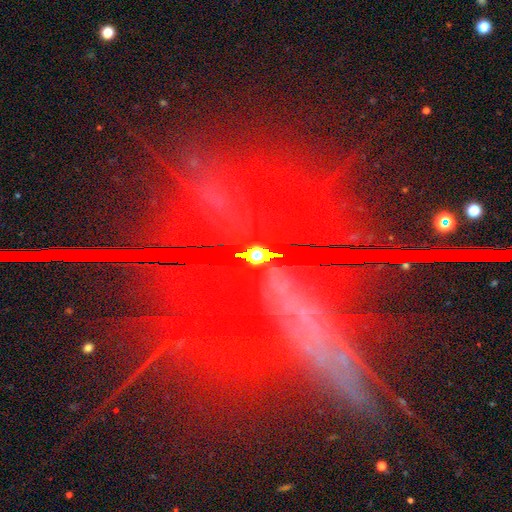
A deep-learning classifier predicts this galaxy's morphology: Smooth or featured: star or artifact — 53% (featured or disk — 38%)